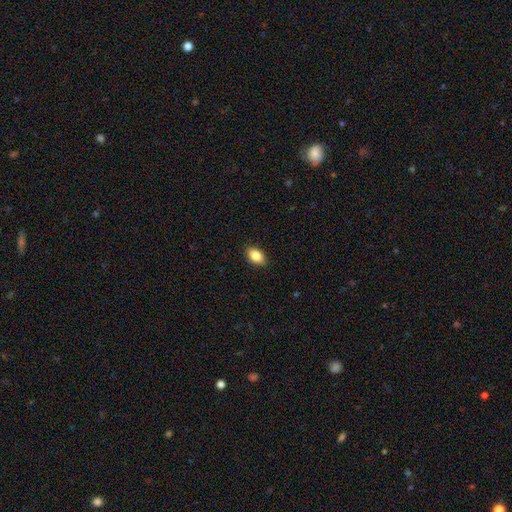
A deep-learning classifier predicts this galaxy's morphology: Q: Smooth or featured?
A: smooth (84%); runner-up: featured or disk (9%)
Q: How rounded?
A: in between (88%); runner-up: round (10%)
Q: Merging?
A: none (88%); runner-up: minor disturbance (9%)